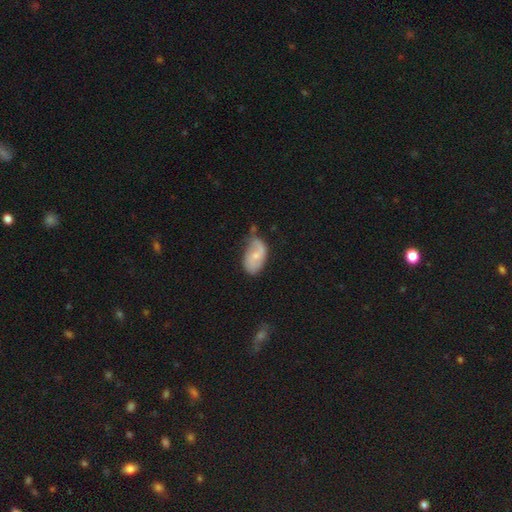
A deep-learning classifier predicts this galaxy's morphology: A featured or disk galaxy (52%) with no bar (60%), spiral arms (78%) and a small central bulge (56%).

Vote fractions:
- Smooth or featured? featured or disk: 52% / smooth: 41% / star or artifact: 7%
- Edge-on disk? no: 96% / yes: 4%
- Bar? no: 60% / weak: 34% / strong: 7%
- Spiral arms? yes: 78% / no: 22%
- Bulge size? small: 56% / moderate: 37% / none: 5% / large: 2% / dominant: 1%
- Merging? none: 44% / minor disturbance: 39% / major disturbance: 13% / merger: 5%